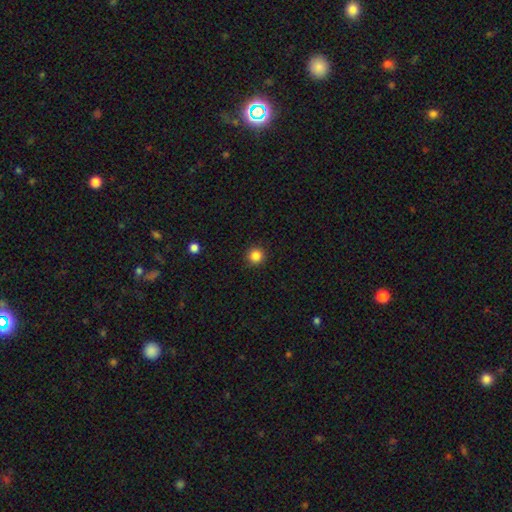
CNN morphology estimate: type=smooth (85%); roundness=round (95%); merging=none (91%).